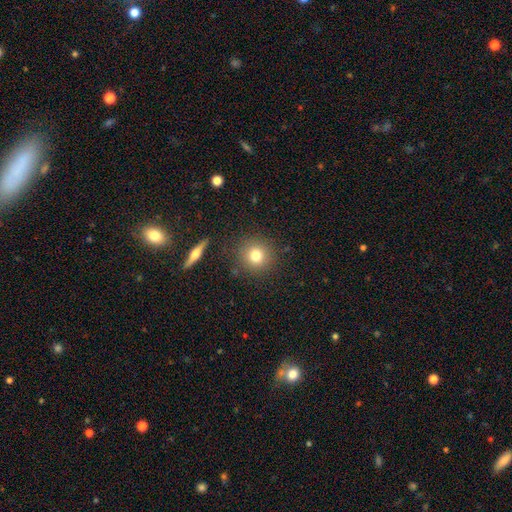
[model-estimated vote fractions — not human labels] The model was most divided on "smooth or featured": smooth: 77%, featured or disk: 11%, star or artifact: 11%. More confident: how rounded — round (93%); merging — none (87%).